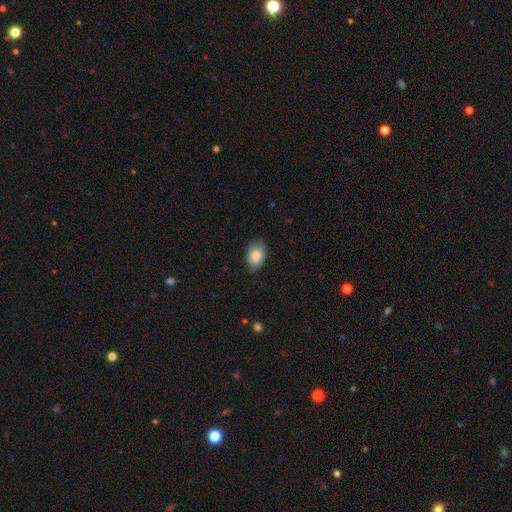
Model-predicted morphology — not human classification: smooth 84%, featured or disk 9%, star or artifact 7%. Down the decision tree: how rounded — in between (83%); merging — none (78%).